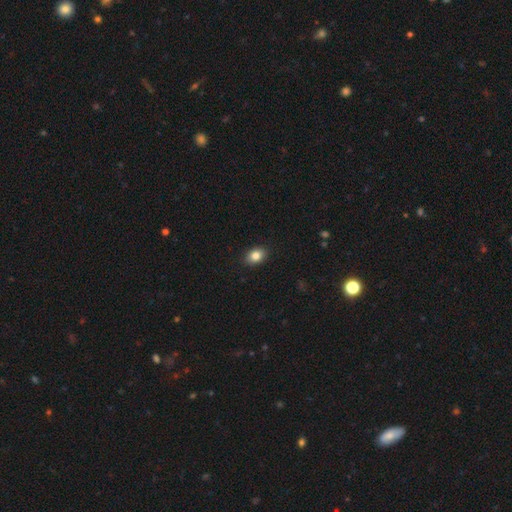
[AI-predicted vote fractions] Smooth or featured? Predicted: smooth (p=0.84). How rounded? Predicted: in between (p=0.76). Merging? Predicted: none (p=0.90).